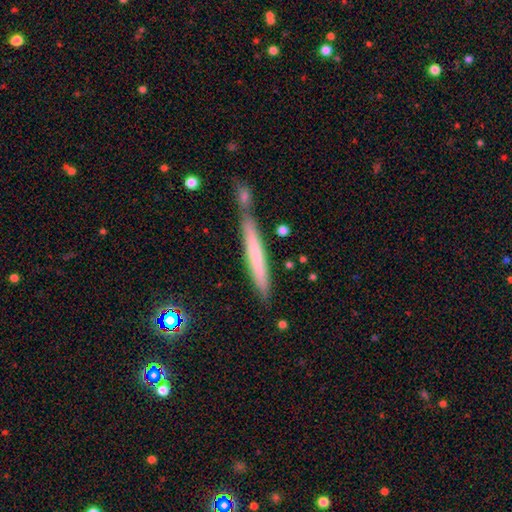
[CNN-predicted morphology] Smooth or featured?
  - smooth: 61% *
  - featured or disk: 31%
  - star or artifact: 8%
How rounded?
  - cigar-shaped: 96% *
  - in between: 3%
  - round: 1%
Merging?
  - none: 70% *
  - minor disturbance: 14%
  - merger: 13%
  - major disturbance: 3%